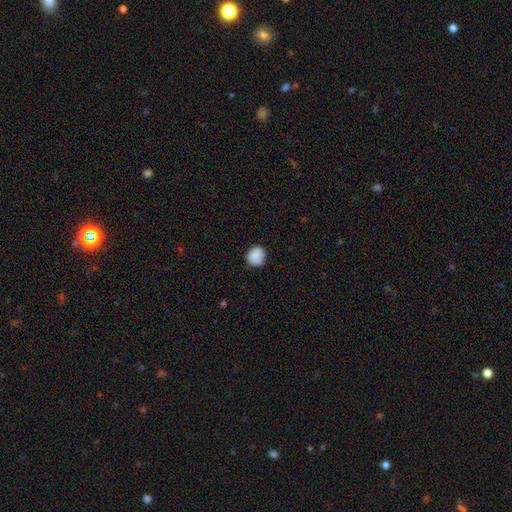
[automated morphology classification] type=smooth (88%); roundness=round (84%); merging=none (84%).